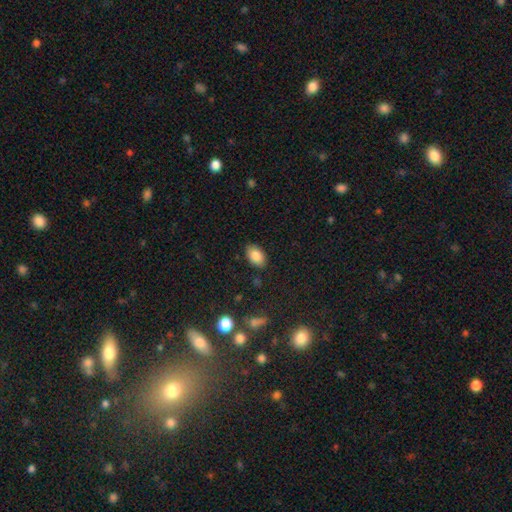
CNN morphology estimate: This is clearly a smooth galaxy (84%). How rounded: clearly in between (88%). Merging: clearly none (86%).